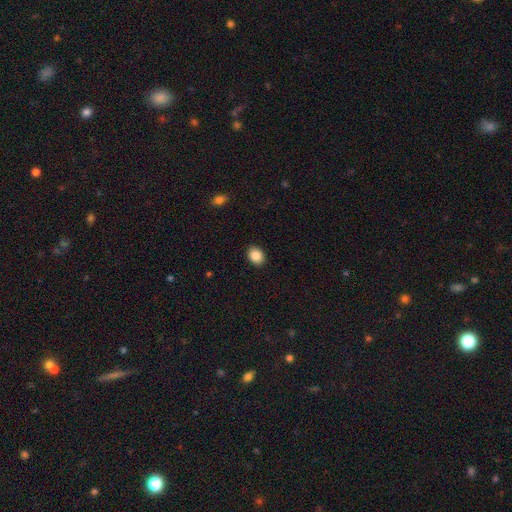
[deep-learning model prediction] This appears to be a smooth galaxy with no disk features (87%) that is in between round and cigar-shaped (59%). Merging: none (90%).